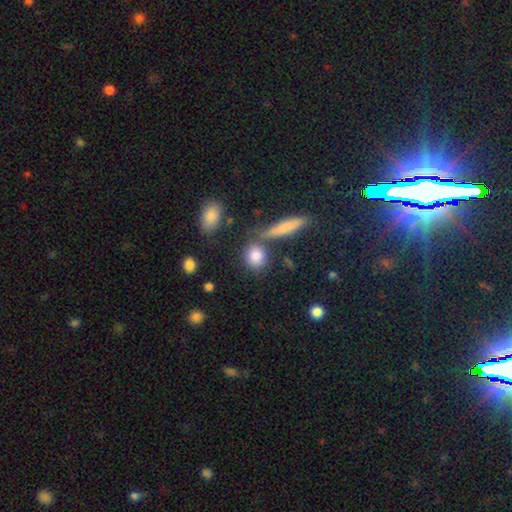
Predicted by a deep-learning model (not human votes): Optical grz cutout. It shows a smooth galaxy with no disk features (83%) that is round (64%). Merging: none (68%).